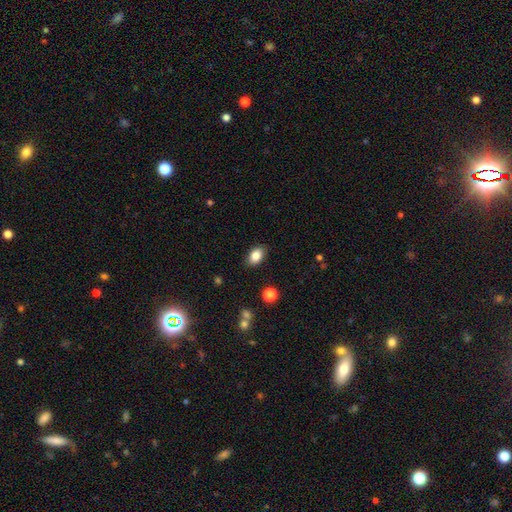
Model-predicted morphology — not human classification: Q: Smooth or featured?
A: smooth (85%); runner-up: star or artifact (8%)
Q: How rounded?
A: in between (86%); runner-up: round (12%)
Q: Merging?
A: none (86%); runner-up: minor disturbance (10%)